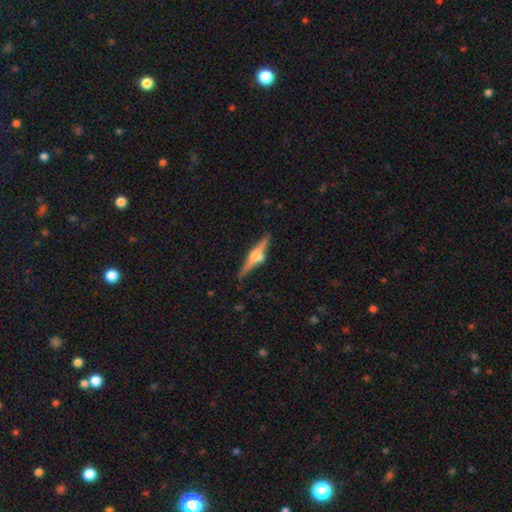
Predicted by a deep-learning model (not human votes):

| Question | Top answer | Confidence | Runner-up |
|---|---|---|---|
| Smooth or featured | featured or disk | 75% | smooth (18%) |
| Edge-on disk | yes | 97% | no (3%) |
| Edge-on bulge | rounded | 93% | boxy (5%) |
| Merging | none | 81% | minor disturbance (12%) |